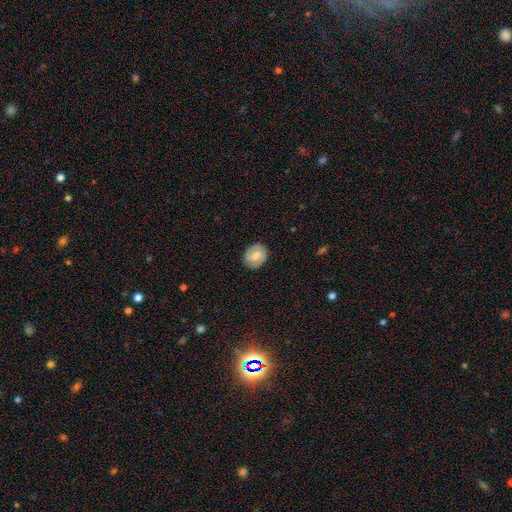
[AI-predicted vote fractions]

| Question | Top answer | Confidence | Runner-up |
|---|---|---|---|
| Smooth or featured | featured or disk | 52% | smooth (42%) |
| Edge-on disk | no | 97% | yes (3%) |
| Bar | weak | 52% | no (25%) |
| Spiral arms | yes | 72% | no (28%) |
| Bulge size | moderate | 59% | small (25%) |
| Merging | none | 86% | minor disturbance (10%) |